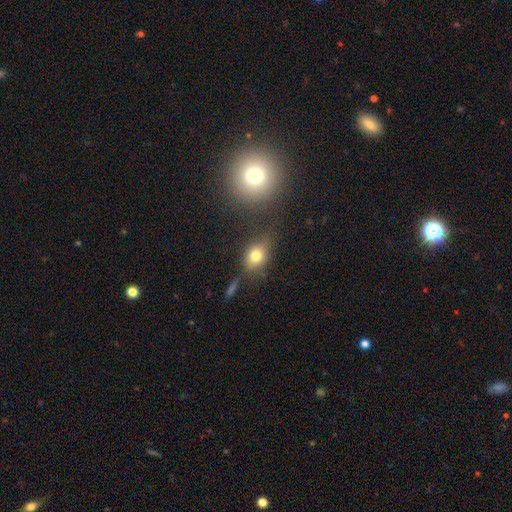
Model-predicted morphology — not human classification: Smooth or featured?
  - smooth: 72% *
  - featured or disk: 14%
  - star or artifact: 14%
How rounded?
  - in between: 59% *
  - round: 38%
  - cigar-shaped: 3%
Merging?
  - none: 62% *
  - minor disturbance: 21%
  - major disturbance: 9%
  - merger: 8%